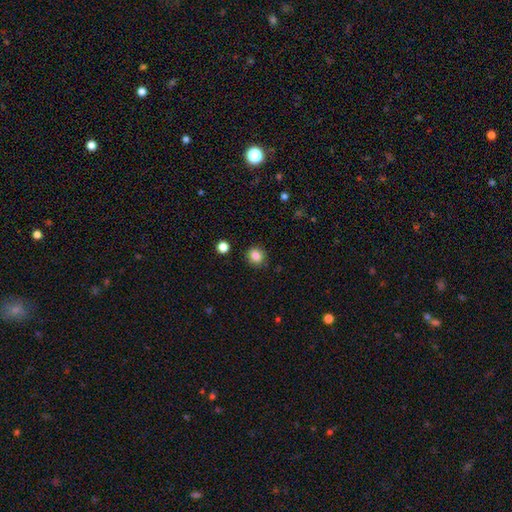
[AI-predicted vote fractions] Smooth or featured: smooth — 84% (star or artifact — 11%)
How rounded: round — 81% (in between — 18%)
Merging: none — 88% (minor disturbance — 8%)